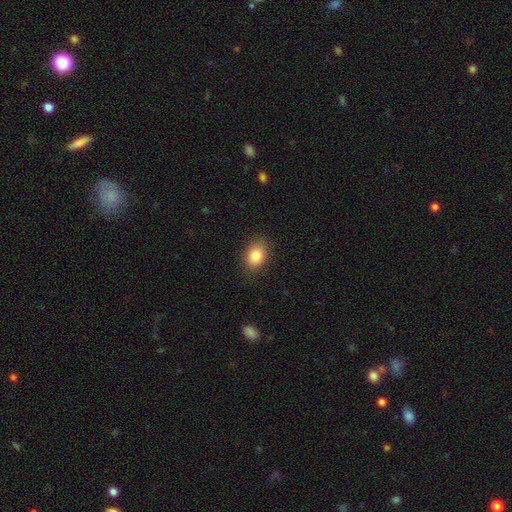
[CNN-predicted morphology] smooth_or_featured: smooth (p=0.85) [alt: star or artifact p=0.09]
how_rounded: in between (p=0.72) [alt: round p=0.27]
merging: none (p=0.85) [alt: minor disturbance p=0.12]